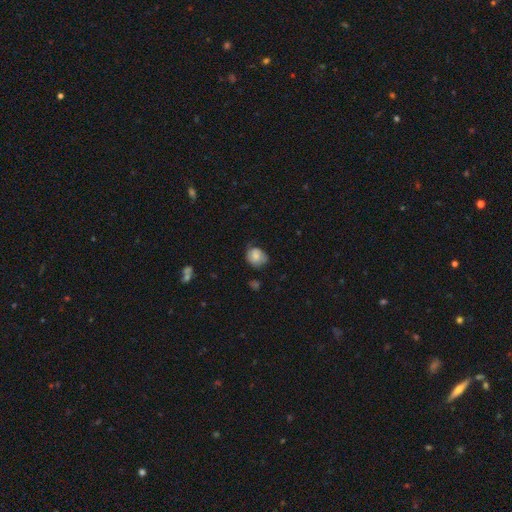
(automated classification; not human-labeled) Smooth or featured? Predicted: smooth (p=0.70). How rounded? Predicted: round (p=0.63). Merging? Predicted: none (p=0.54).